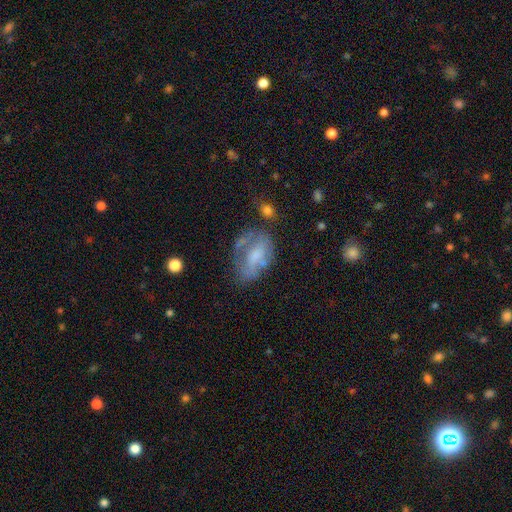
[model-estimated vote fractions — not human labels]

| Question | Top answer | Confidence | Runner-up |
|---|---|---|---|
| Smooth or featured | featured or disk | 50% | smooth (39%) |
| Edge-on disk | no | 94% | yes (6%) |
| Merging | none | 40% | minor disturbance (27%) |